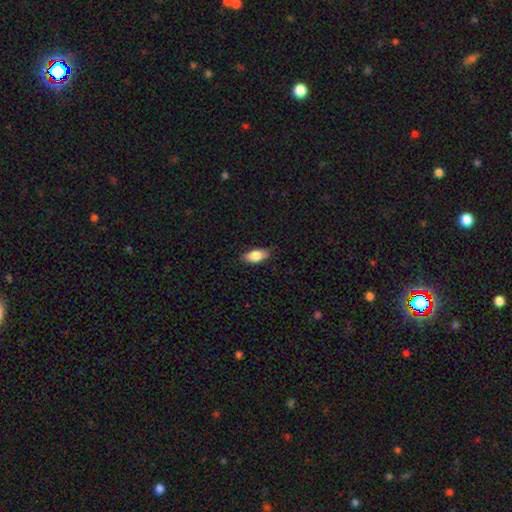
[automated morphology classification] The model was most divided on "smooth or featured": smooth: 84%, featured or disk: 10%, star or artifact: 6%. More confident: how rounded — in between (87%); merging — none (86%).